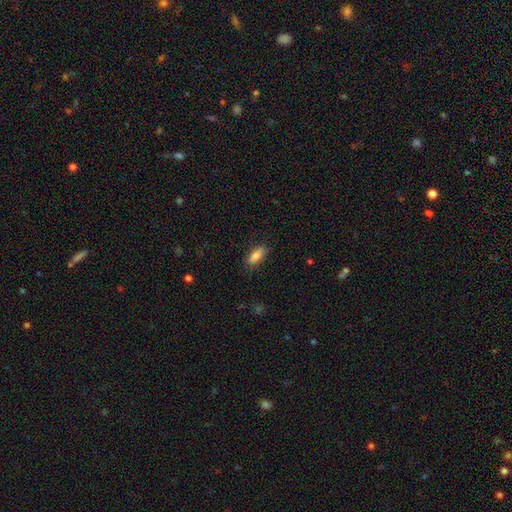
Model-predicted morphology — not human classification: Smooth or featured? Predicted: smooth (p=0.81). How rounded? Predicted: in between (p=0.72). Merging? Predicted: none (p=0.82).